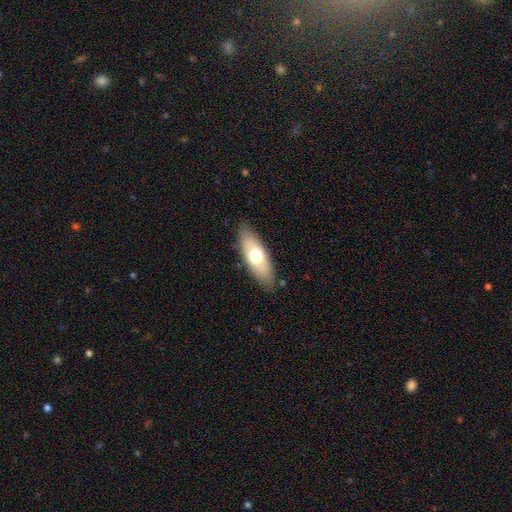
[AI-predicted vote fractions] A smooth galaxy with no disk features (63%) that is in between round and cigar-shaped (71%). Merging: none (84%).